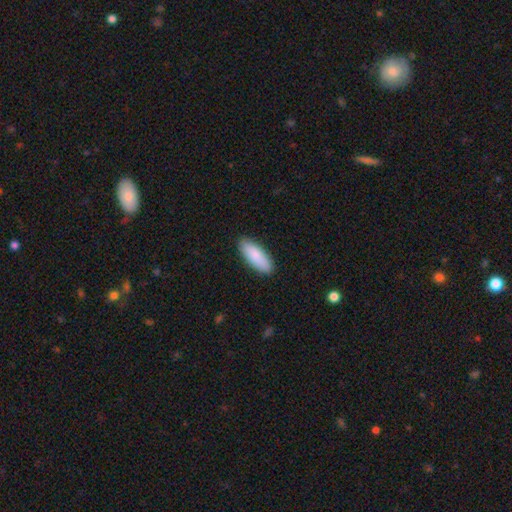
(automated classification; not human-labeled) Overall: smooth (88%). How rounded: in between (70%). Merging: none (89%).